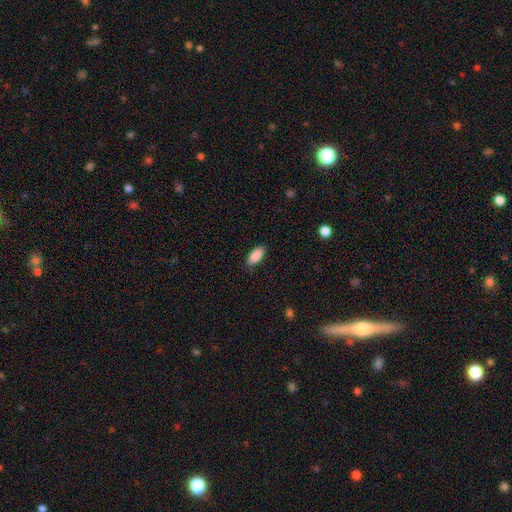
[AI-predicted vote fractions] smooth 89%, star or artifact 7%, featured or disk 5%. Down the decision tree: how rounded — in between (88%); merging — none (85%).